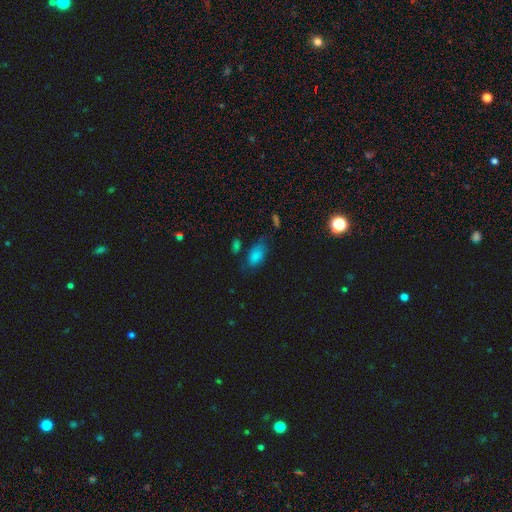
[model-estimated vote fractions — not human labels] Smooth or featured? Predicted: smooth (p=0.70). How rounded? Predicted: in between (p=0.87). Merging? Predicted: none (p=0.61).